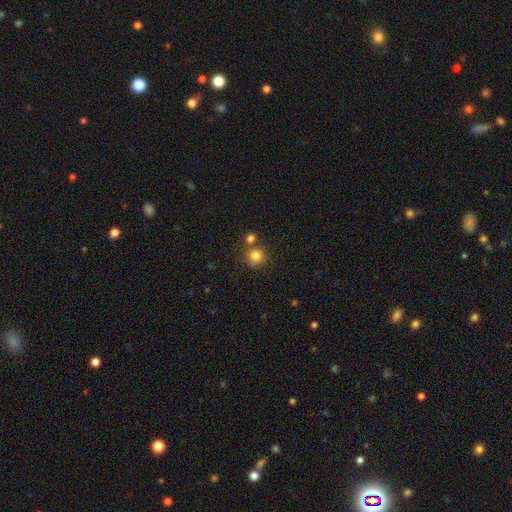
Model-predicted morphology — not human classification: Q: Smooth or featured?
A: smooth (82%); runner-up: star or artifact (12%)
Q: How rounded?
A: round (91%); runner-up: in between (8%)
Q: Merging?
A: none (67%); runner-up: merger (19%)